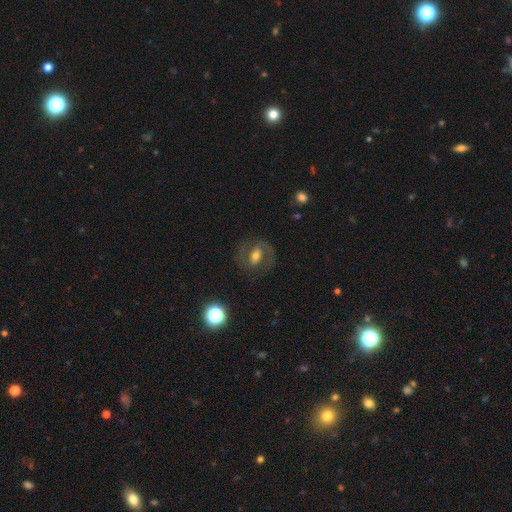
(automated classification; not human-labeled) smooth-or-featured: featured or disk: 59% | smooth: 31% | star or artifact: 10%
  disk-edge-on: no: 95% | yes: 5%
    bar: weak: 38% | no: 32% | strong: 30%
    has-spiral-arms: yes: 67% | no: 33%
    bulge-size: moderate: 60% | small: 19% | large: 16% | dominant: 2% | none: 2%
  merging: none: 75% | minor disturbance: 13% | major disturbance: 10% | merger: 2%